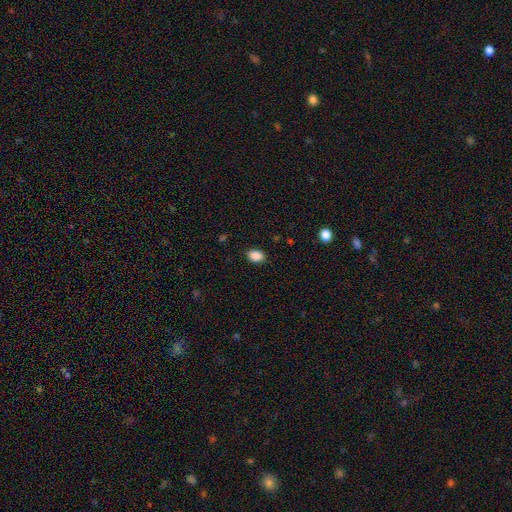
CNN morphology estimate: Overall: smooth (88%). How rounded: in between (75%). Merging: none (88%).